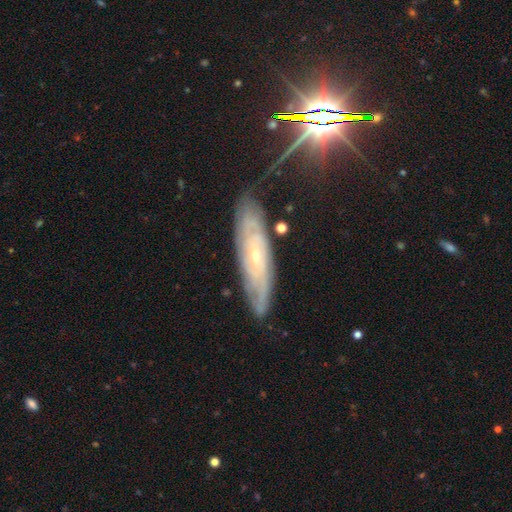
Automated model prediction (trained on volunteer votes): Smooth or featured? Predicted: featured or disk (p=0.76). Edge-on disk? Predicted: no (p=0.75). Bar? Predicted: no (p=0.67). Spiral arms? Predicted: yes (p=0.91). Spiral winding? Predicted: tight (p=0.72). Spiral arm count? Predicted: can't tell (p=0.58). Bulge size? Predicted: small (p=0.80). Merging? Predicted: none (p=0.81).